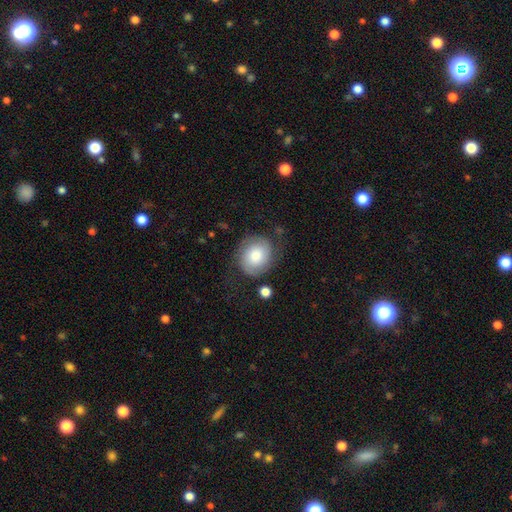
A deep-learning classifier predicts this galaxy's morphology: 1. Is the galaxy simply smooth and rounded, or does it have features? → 54% smooth, 38% featured or disk, 8% star or artifact.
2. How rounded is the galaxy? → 71% round, 28% in between, 1% cigar-shaped.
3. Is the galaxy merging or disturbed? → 69% none, 19% minor disturbance, 10% major disturbance, 2% merger.